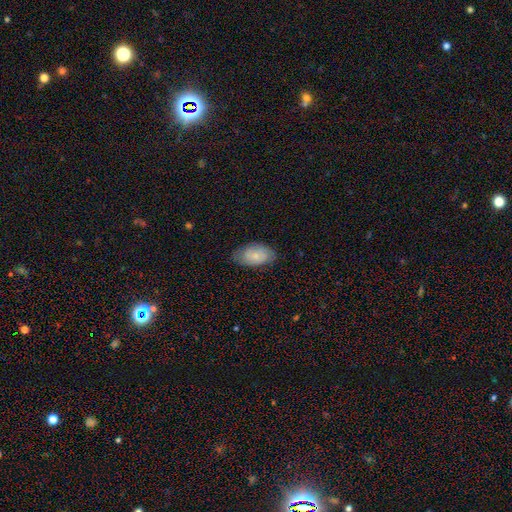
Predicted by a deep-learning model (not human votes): Smooth or featured? smooth (66%)
How rounded? in between (93%)
Merging? none (73%)